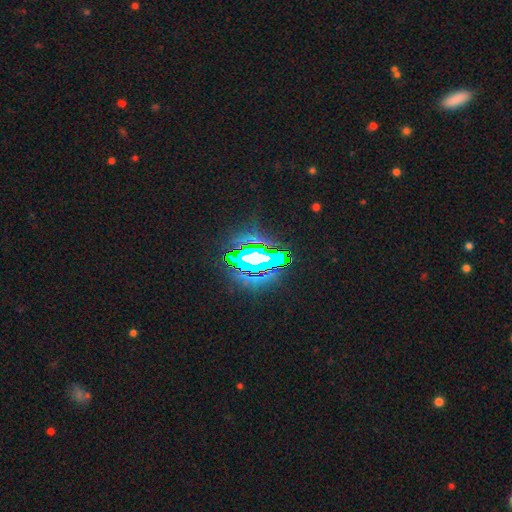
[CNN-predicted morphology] type=star or artifact (68%).